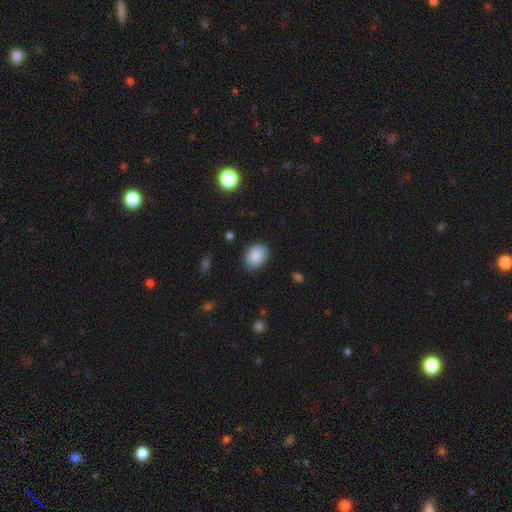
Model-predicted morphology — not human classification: The model was most divided on "how rounded": in between: 75%, round: 24%, cigar-shaped: 1%. More confident: smooth or featured — smooth (88%); merging — none (82%).